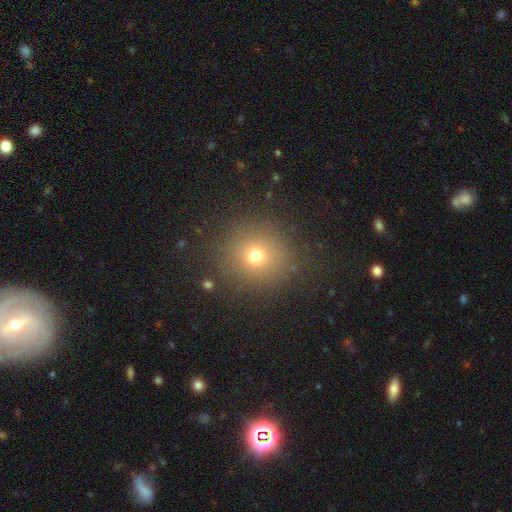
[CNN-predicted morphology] Overall: smooth (70%). How rounded: round (90%). Merging: none (86%).